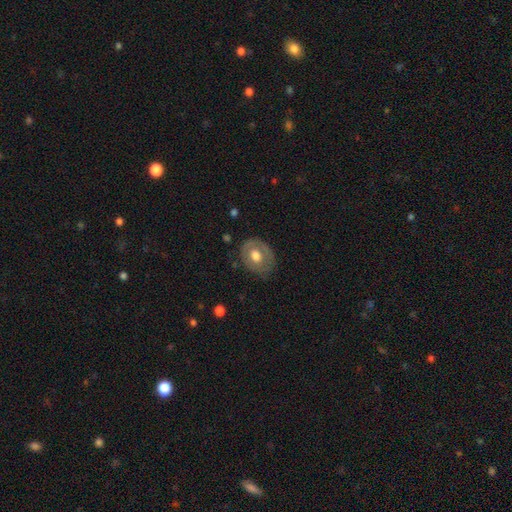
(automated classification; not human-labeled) smooth_or_featured: smooth (p=0.54) [alt: featured or disk p=0.40]
how_rounded: in between (p=0.53) [alt: round p=0.46]
merging: none (p=0.73) [alt: minor disturbance p=0.18]